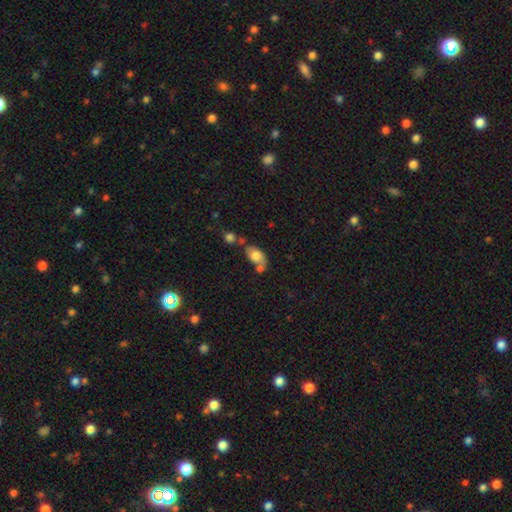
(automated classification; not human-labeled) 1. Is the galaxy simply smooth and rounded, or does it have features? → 77% smooth, 15% featured or disk, 8% star or artifact.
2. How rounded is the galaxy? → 85% in between, 12% round, 3% cigar-shaped.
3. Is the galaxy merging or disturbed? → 48% none, 29% merger, 17% minor disturbance, 6% major disturbance.